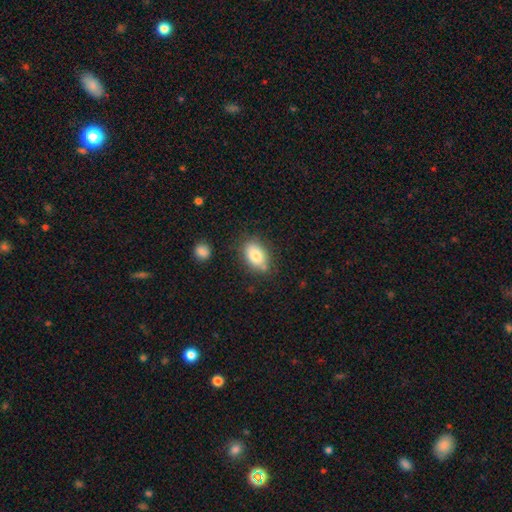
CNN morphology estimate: A smooth galaxy with no disk features (80%) that is in between round and cigar-shaped (88%). Merging: none (75%).